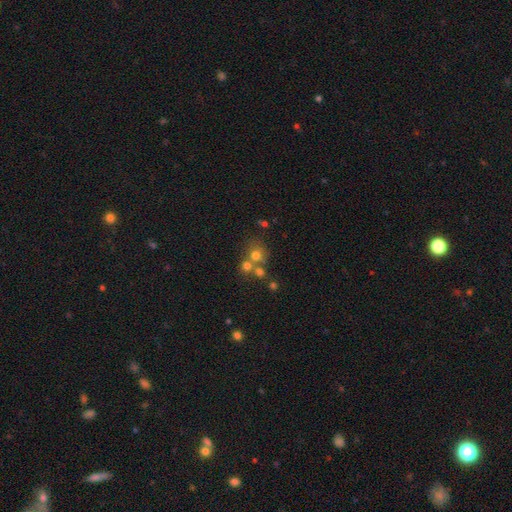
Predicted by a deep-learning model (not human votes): Smooth or featured? smooth (64%)
How rounded? round (81%)
Merging? none (45%)